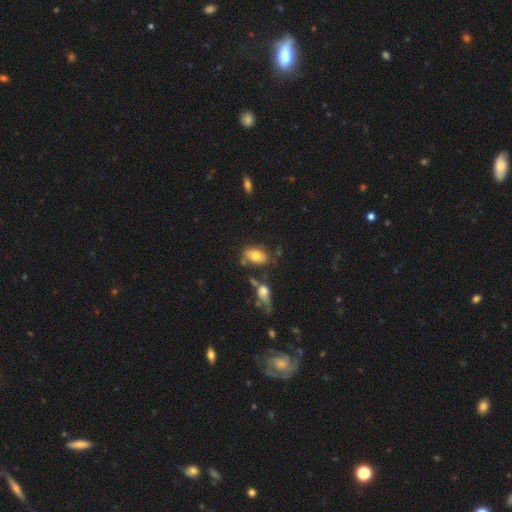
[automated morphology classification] A smooth galaxy with no disk features (71%) that is in between round and cigar-shaped (87%).

Vote fractions:
- Smooth or featured? smooth: 71% / featured or disk: 21% / star or artifact: 8%
- How rounded? in between: 87% / round: 10% / cigar-shaped: 2%
- Merging? none: 55% / minor disturbance: 18% / merger: 17% / major disturbance: 9%